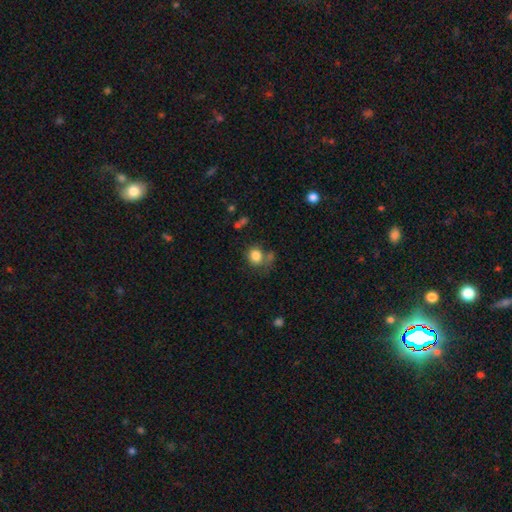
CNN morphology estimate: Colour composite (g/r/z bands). It shows a smooth galaxy with no disk features (83%) that is round (77%). Merging: none (60%).